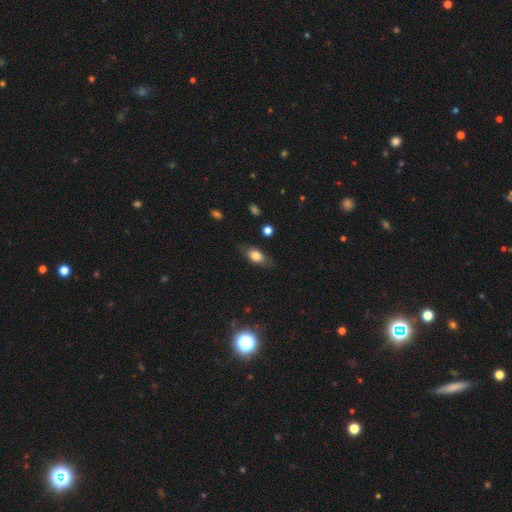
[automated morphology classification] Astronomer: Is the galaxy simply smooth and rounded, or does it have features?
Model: smooth — 73%.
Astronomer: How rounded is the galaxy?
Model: in between — 82%.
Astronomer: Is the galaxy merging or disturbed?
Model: none — 75%.